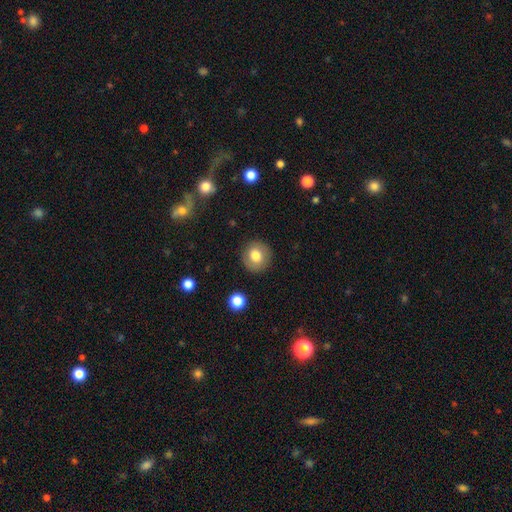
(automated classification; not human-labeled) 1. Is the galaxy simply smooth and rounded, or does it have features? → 77% smooth, 14% featured or disk, 9% star or artifact.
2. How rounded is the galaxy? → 89% round, 10% in between, 1% cigar-shaped.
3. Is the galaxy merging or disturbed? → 88% none, 8% minor disturbance, 3% major disturbance, 1% merger.